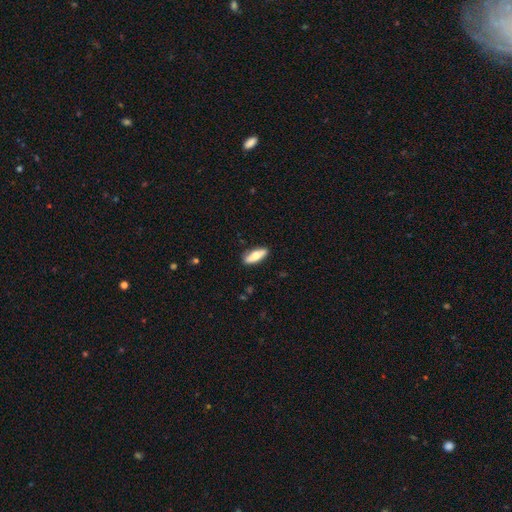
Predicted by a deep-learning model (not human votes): Smooth or featured: smooth — 67% (featured or disk — 28%)
How rounded: in between — 58% (cigar-shaped — 39%)
Merging: none — 85% (minor disturbance — 12%)